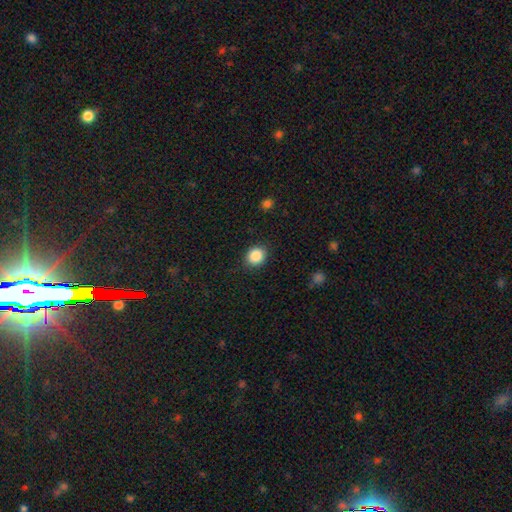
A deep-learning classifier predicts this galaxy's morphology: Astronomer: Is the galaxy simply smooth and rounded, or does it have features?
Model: smooth — 88%.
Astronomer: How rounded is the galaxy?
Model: round — 82%.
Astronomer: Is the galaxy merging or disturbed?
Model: none — 88%.